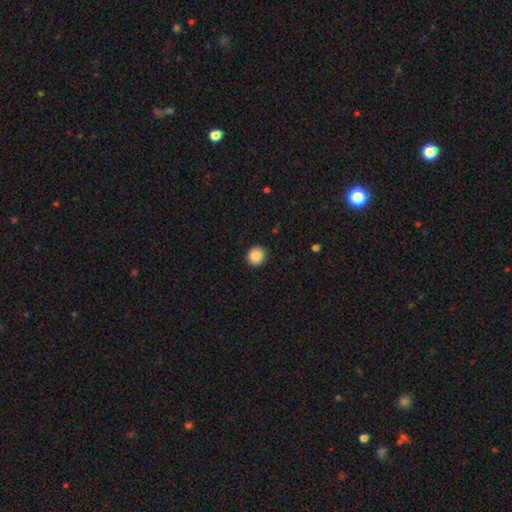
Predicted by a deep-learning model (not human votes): A smooth galaxy with no disk features (87%) that is round (89%). Merging: none (90%).